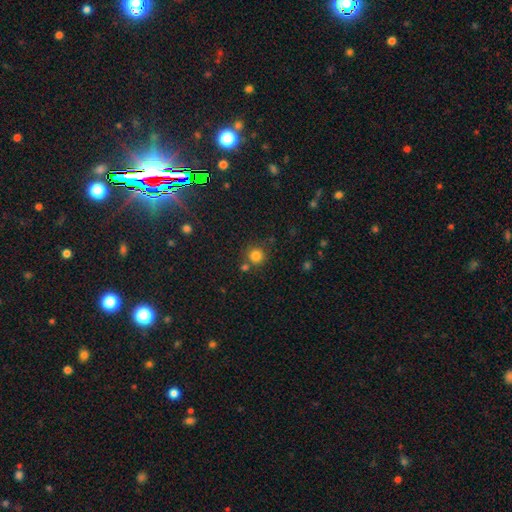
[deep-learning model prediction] smooth_or_featured: smooth (p=0.81) [alt: star or artifact p=0.13]
how_rounded: round (p=0.94) [alt: in between p=0.06]
merging: none (p=0.76) [alt: merger p=0.13]